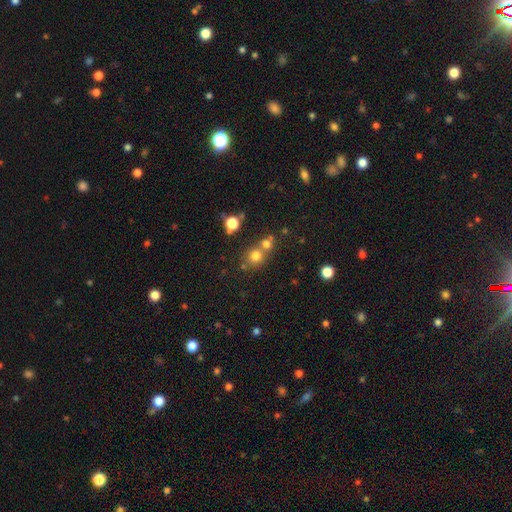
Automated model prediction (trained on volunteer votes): smooth-or-featured: smooth: 72% | star or artifact: 18% | featured or disk: 10%
  how-rounded: round: 86% | in between: 13% | cigar-shaped: 1%
  merging: none: 54% | merger: 36% | minor disturbance: 7% | major disturbance: 3%